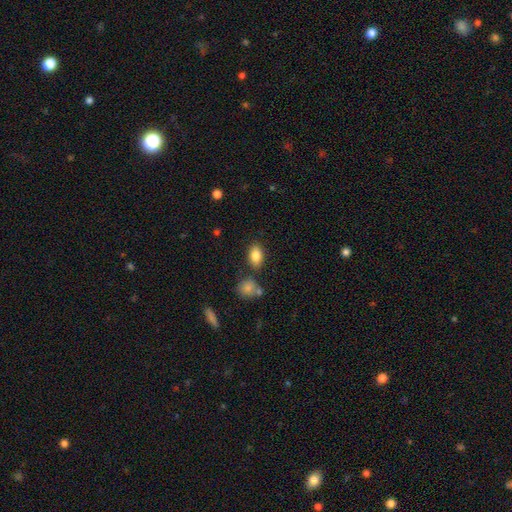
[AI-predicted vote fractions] Smooth or featured? smooth (85%)
How rounded? in between (88%)
Merging? none (79%)